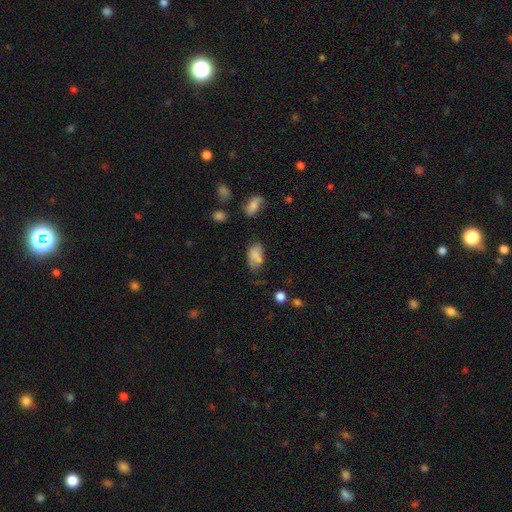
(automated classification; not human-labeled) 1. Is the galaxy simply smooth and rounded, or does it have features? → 72% smooth, 18% featured or disk, 10% star or artifact.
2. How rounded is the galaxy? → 90% in between, 7% round, 3% cigar-shaped.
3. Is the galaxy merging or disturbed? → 46% none, 28% minor disturbance, 14% merger, 12% major disturbance.